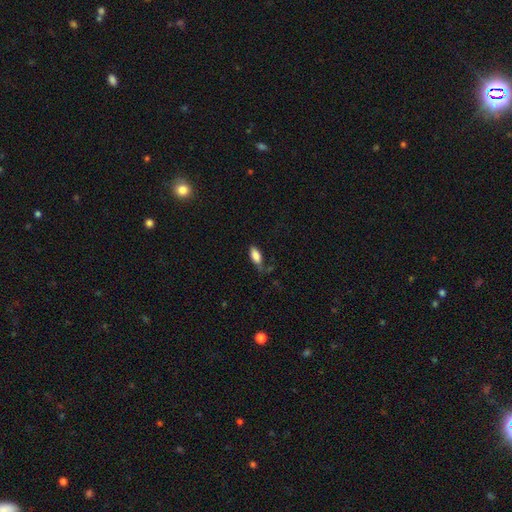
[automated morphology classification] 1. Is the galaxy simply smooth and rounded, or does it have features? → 85% smooth, 8% featured or disk, 7% star or artifact.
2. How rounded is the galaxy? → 87% in between, 10% cigar-shaped, 2% round.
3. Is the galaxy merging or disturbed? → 62% none, 25% minor disturbance, 7% major disturbance, 5% merger.